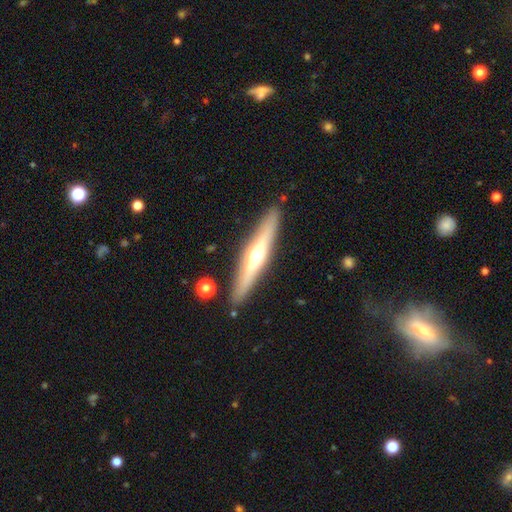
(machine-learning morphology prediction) The model was most divided on "smooth or featured": featured or disk: 62%, smooth: 32%, star or artifact: 5%. More confident: edge-on disk — yes (94%); merging — none (88%); edge-on bulge — rounded (87%).